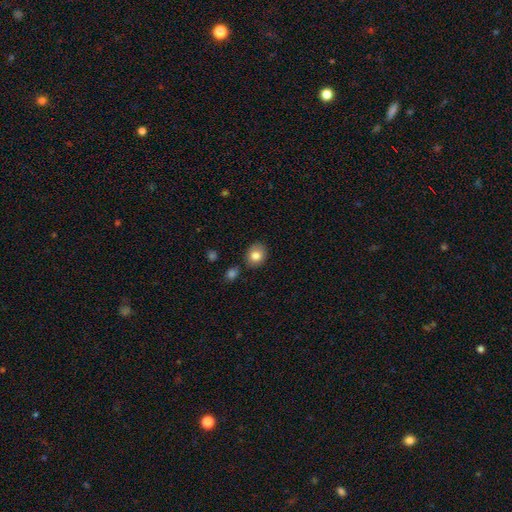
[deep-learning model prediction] smooth-or-featured: smooth: 83% | featured or disk: 9% | star or artifact: 9%
  how-rounded: round: 61% | in between: 38% | cigar-shaped: 1%
  merging: none: 80% | minor disturbance: 13% | merger: 5% | major disturbance: 3%